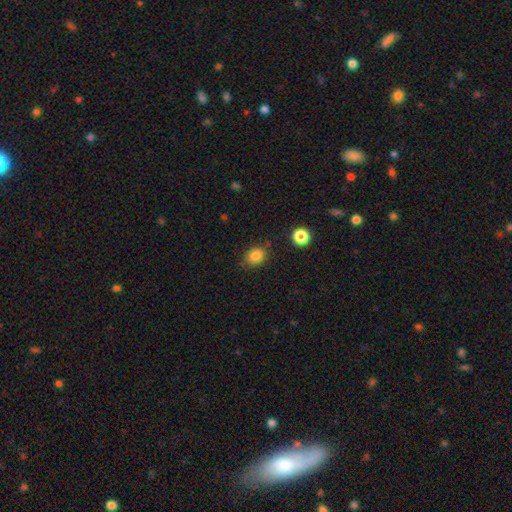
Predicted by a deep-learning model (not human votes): smooth 83%, star or artifact 11%, featured or disk 6%. Down the decision tree: how rounded — round (54%); merging — none (81%).